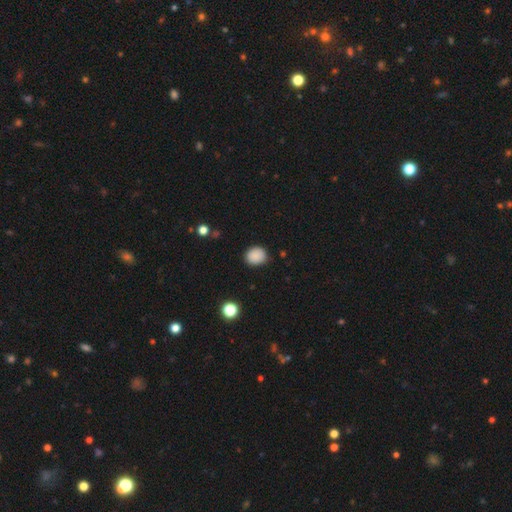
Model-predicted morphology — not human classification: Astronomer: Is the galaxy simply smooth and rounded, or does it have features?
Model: smooth — 87%.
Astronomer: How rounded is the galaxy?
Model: round — 72%.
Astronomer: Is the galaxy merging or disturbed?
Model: none — 86%.